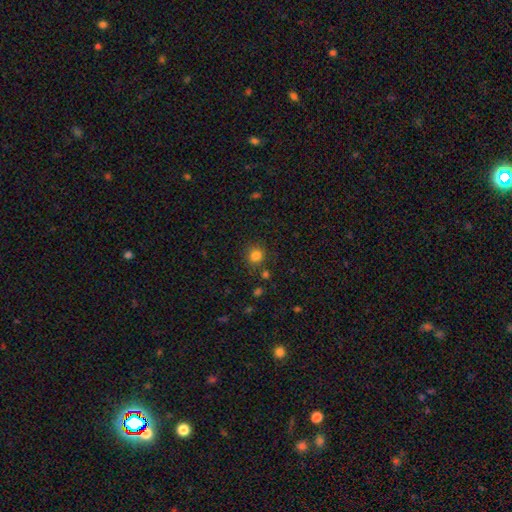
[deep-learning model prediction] A smooth galaxy with no disk features (82%) that is round (87%).

Vote fractions:
- Smooth or featured? smooth: 82% / star or artifact: 13% / featured or disk: 5%
- How rounded? round: 87% / in between: 12% / cigar-shaped: 1%
- Merging? none: 81% / minor disturbance: 10% / merger: 5% / major disturbance: 4%